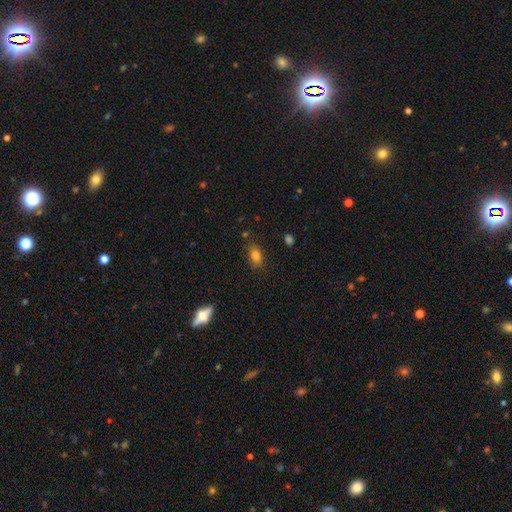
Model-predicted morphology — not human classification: Smooth or featured? Predicted: smooth (p=0.80). How rounded? Predicted: in between (p=0.82). Merging? Predicted: none (p=0.74).